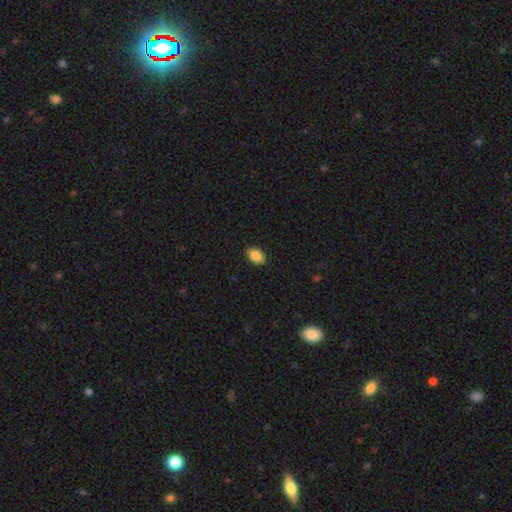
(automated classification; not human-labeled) Smooth or featured: smooth — 89% (star or artifact — 7%)
How rounded: in between — 91% (round — 8%)
Merging: none — 89% (minor disturbance — 8%)